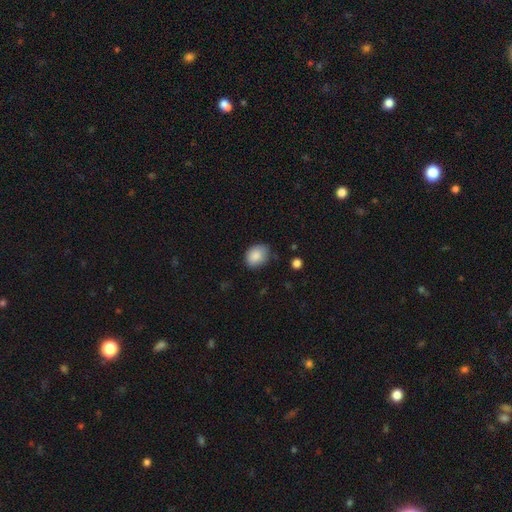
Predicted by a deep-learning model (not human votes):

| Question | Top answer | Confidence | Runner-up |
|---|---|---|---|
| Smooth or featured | smooth | 87% | star or artifact (8%) |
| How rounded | in between | 60% | round (40%) |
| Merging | none | 69% | minor disturbance (24%) |